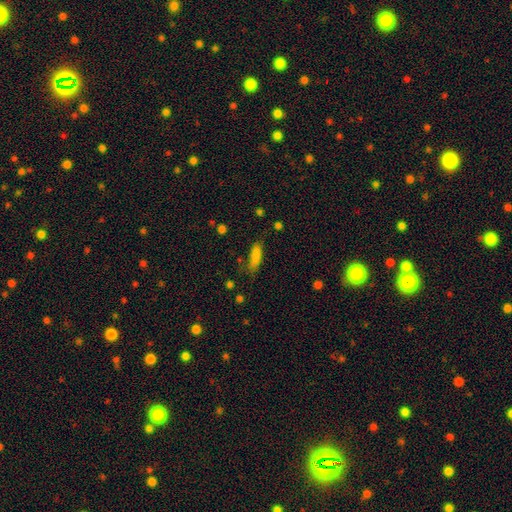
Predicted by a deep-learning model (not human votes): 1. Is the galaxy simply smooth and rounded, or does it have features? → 83% smooth, 9% star or artifact, 8% featured or disk.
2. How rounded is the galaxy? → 53% cigar-shaped, 45% in between, 2% round.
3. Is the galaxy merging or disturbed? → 67% none, 22% minor disturbance, 7% major disturbance, 3% merger.